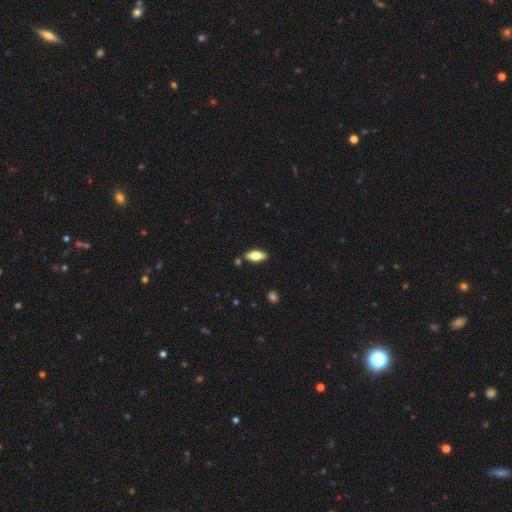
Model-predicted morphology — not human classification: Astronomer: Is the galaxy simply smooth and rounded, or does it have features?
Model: smooth — 69%.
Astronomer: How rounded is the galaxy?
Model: in between — 76%.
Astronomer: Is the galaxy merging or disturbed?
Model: none — 85%.